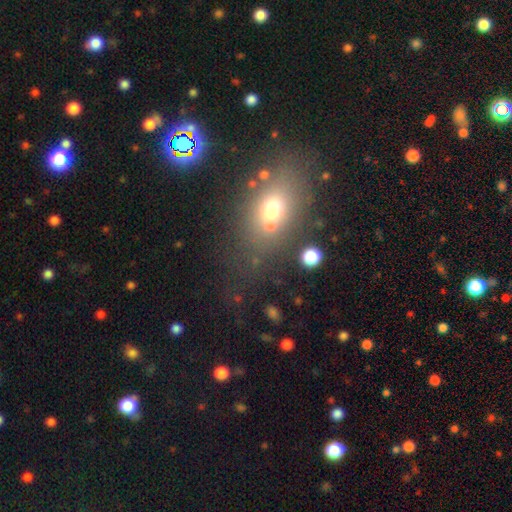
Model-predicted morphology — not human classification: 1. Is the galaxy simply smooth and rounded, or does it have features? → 57% smooth, 23% star or artifact, 20% featured or disk.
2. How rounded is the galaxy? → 76% in between, 17% round, 7% cigar-shaped.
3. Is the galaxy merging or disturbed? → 74% none, 14% minor disturbance, 7% major disturbance, 4% merger.